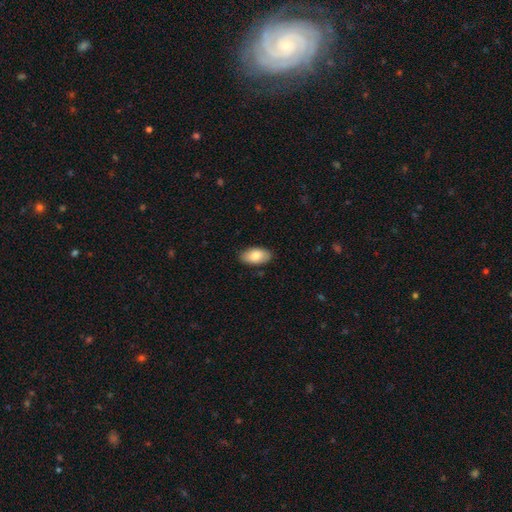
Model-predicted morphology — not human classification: Smooth or featured? smooth (83%)
How rounded? in between (95%)
Merging? none (86%)